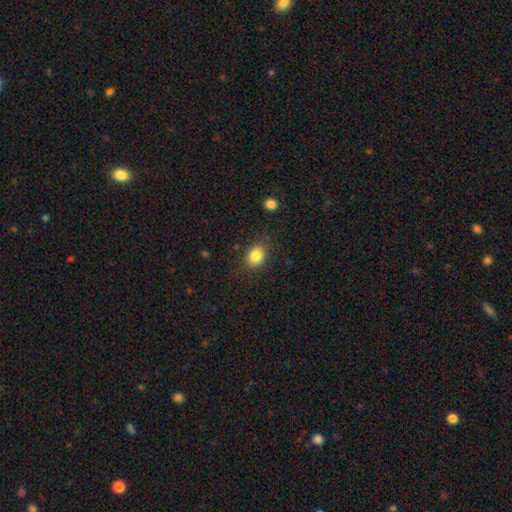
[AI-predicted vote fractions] Smooth or featured? Predicted: smooth (p=0.84). How rounded? Predicted: in between (p=0.58). Merging? Predicted: none (p=0.84).